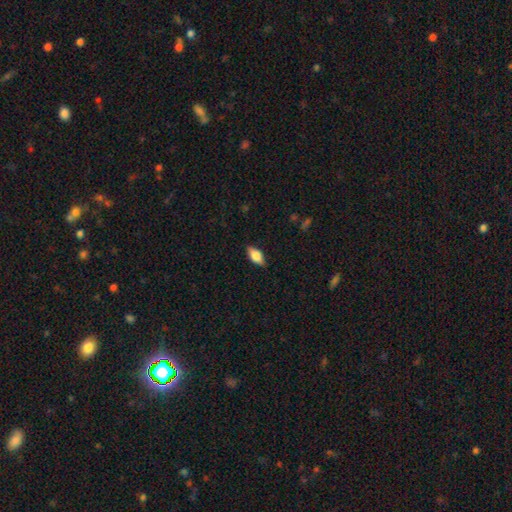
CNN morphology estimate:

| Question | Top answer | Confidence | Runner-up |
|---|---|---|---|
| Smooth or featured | smooth | 75% | featured or disk (18%) |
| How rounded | in between | 88% | cigar-shaped (9%) |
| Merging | none | 85% | minor disturbance (12%) |